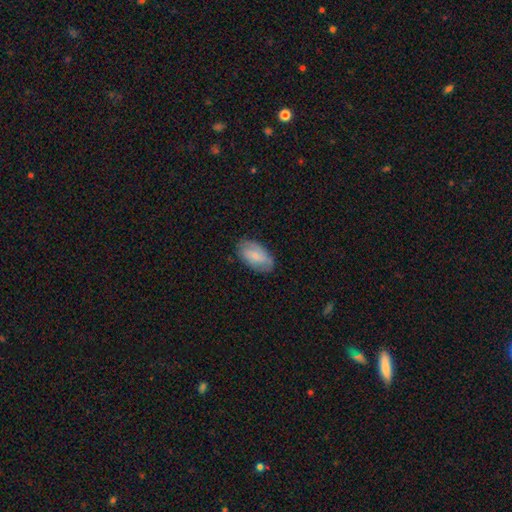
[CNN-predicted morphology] This appears to be a smooth galaxy with no disk features (54%) that is in between round and cigar-shaped (93%). Merging: none (79%).